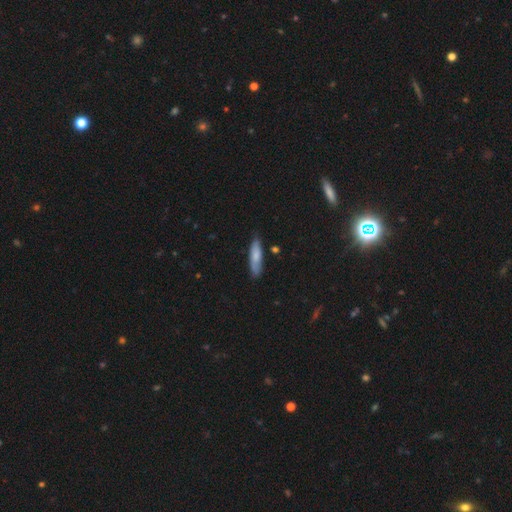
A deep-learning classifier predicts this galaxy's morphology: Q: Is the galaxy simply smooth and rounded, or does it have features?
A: smooth — 76%.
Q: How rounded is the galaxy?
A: cigar-shaped — 67%.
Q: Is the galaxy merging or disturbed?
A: none — 78%.